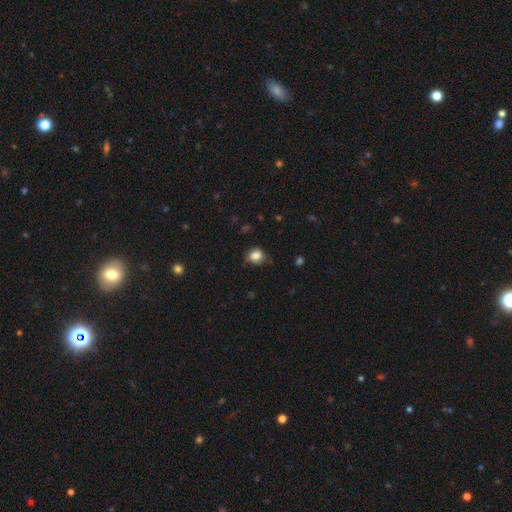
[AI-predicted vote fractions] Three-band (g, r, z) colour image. It shows a smooth galaxy with no disk features (83%) that is round (68%). Merging: none (70%).